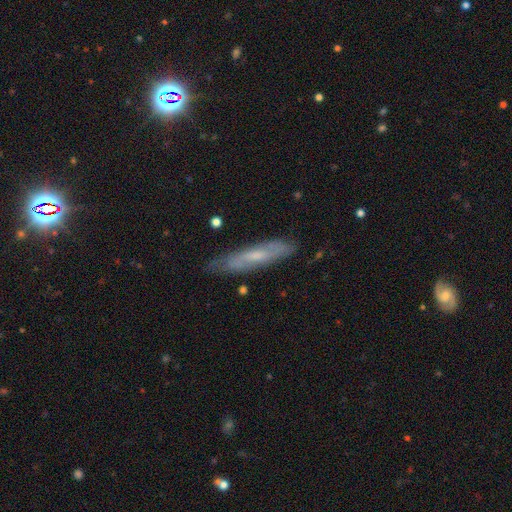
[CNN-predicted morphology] A featured or disk galaxy (54%) viewed edge-on (55%).

Vote fractions:
- Smooth or featured? featured or disk: 54% / smooth: 39% / star or artifact: 8%
- Edge-on disk? yes: 55% / no: 45%
- Merging? none: 77% / minor disturbance: 17% / major disturbance: 4% / merger: 2%